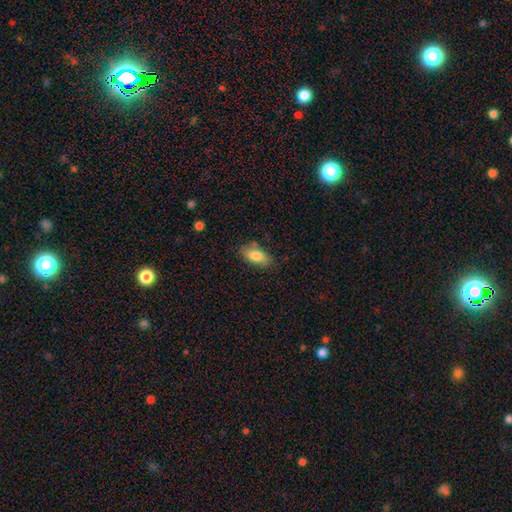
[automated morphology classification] Q: Smooth or featured?
A: smooth (80%); runner-up: featured or disk (13%)
Q: How rounded?
A: in between (89%); runner-up: cigar-shaped (8%)
Q: Merging?
A: none (73%); runner-up: minor disturbance (19%)